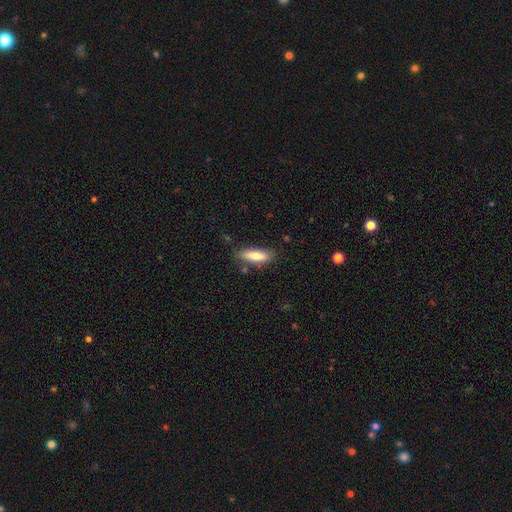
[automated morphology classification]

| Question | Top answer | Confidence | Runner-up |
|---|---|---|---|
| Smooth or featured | smooth | 76% | featured or disk (17%) |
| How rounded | in between | 54% | cigar-shaped (44%) |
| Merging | none | 77% | minor disturbance (16%) |